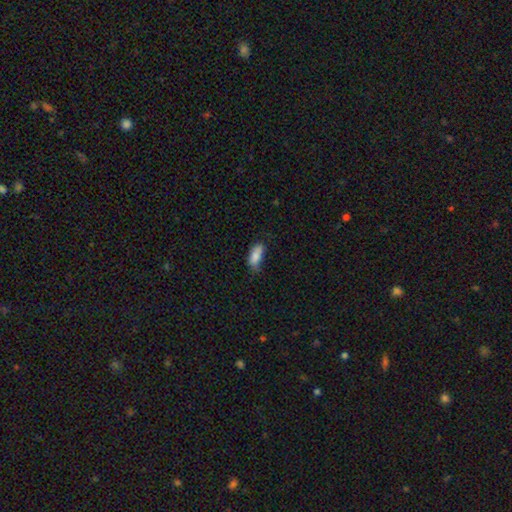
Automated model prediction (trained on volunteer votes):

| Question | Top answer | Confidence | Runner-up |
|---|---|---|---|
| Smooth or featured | smooth | 85% | star or artifact (8%) |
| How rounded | in between | 81% | cigar-shaped (17%) |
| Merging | none | 53% | minor disturbance (35%) |